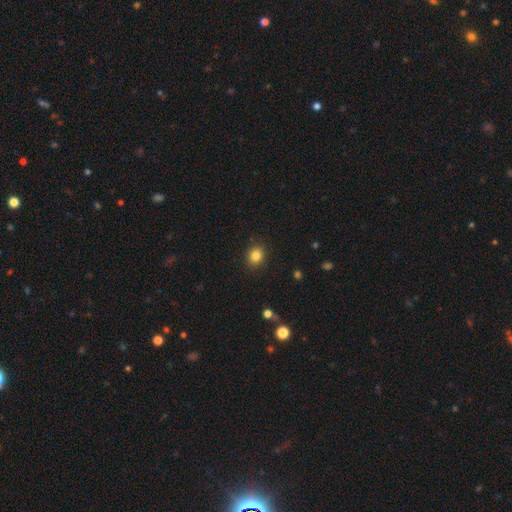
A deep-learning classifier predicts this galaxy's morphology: Smooth or featured?
  - smooth: 83% *
  - star or artifact: 11%
  - featured or disk: 6%
How rounded?
  - round: 67% *
  - in between: 32%
  - cigar-shaped: 1%
Merging?
  - none: 89% *
  - minor disturbance: 8%
  - major disturbance: 2%
  - merger: 1%